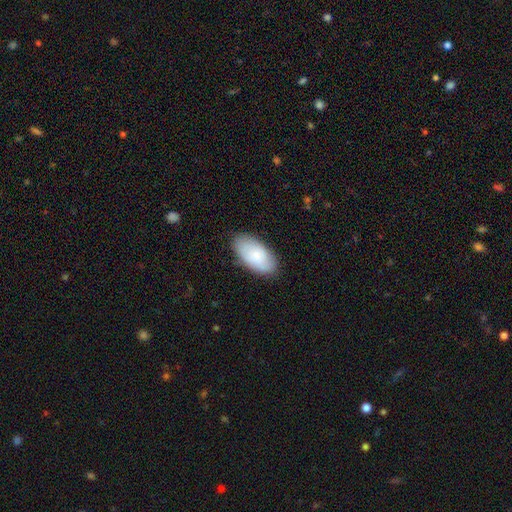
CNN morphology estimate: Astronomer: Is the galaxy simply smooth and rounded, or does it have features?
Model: smooth — 73%.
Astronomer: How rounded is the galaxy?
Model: in between — 94%.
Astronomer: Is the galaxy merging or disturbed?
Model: none — 83%.